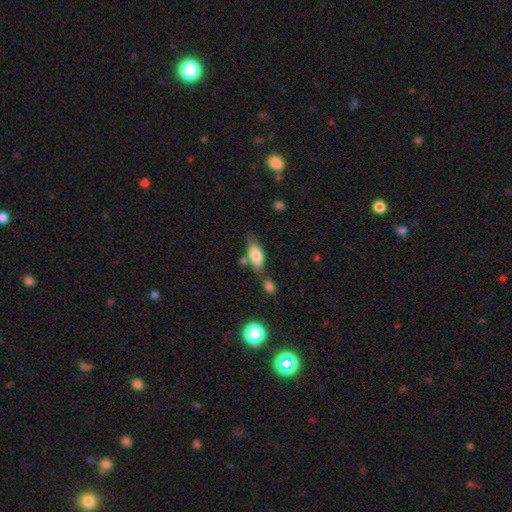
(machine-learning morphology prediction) Smooth or featured?
  - smooth: 72% *
  - featured or disk: 20%
  - star or artifact: 7%
How rounded?
  - in between: 78% *
  - cigar-shaped: 19%
  - round: 3%
Merging?
  - none: 56% *
  - merger: 21%
  - minor disturbance: 18%
  - major disturbance: 5%